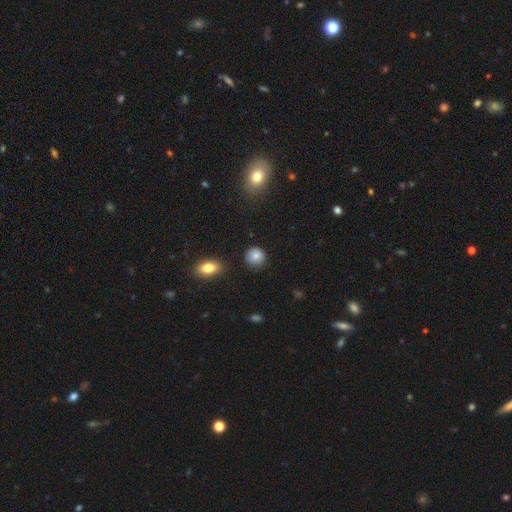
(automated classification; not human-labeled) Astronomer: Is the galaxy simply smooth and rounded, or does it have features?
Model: smooth — 83%.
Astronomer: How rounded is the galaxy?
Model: round — 89%.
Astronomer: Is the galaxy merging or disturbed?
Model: none — 87%.